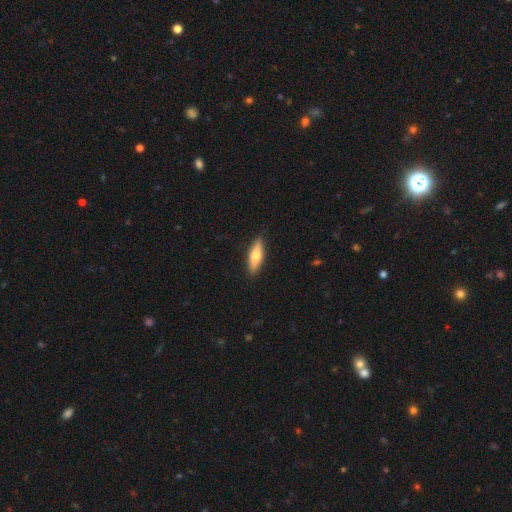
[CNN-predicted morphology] The model was most divided on "how rounded": cigar-shaped: 57%, in between: 41%, round: 2%. More confident: merging — none (88%); smooth or featured — smooth (61%).